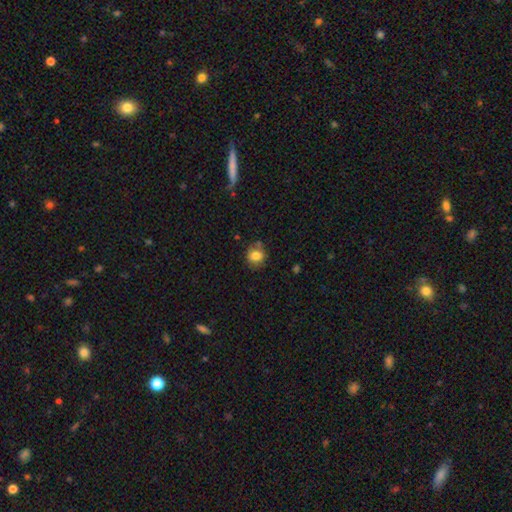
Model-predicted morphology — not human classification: A smooth galaxy with no disk features (80%) that is round (76%).

Vote fractions:
- Smooth or featured? smooth: 80% / star or artifact: 11% / featured or disk: 9%
- How rounded? round: 76% / in between: 23% / cigar-shaped: 1%
- Merging? none: 72% / minor disturbance: 17% / merger: 7% / major disturbance: 4%